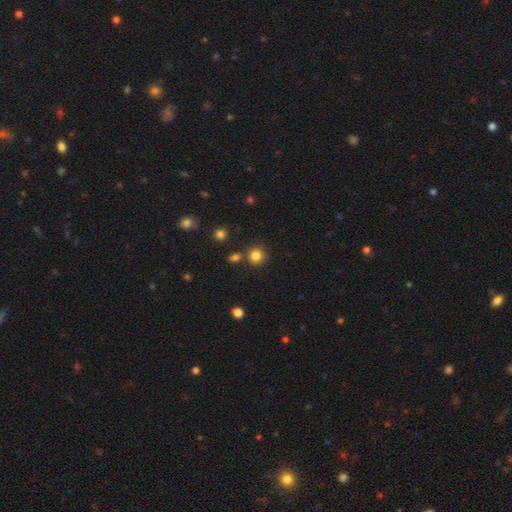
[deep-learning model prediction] Q: Smooth or featured?
A: smooth (83%); runner-up: star or artifact (12%)
Q: How rounded?
A: round (91%); runner-up: in between (8%)
Q: Merging?
A: none (80%); runner-up: merger (9%)